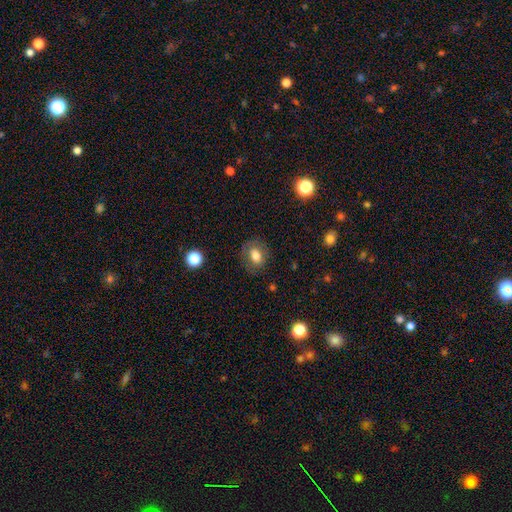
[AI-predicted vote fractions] smooth_or_featured: smooth (p=0.73) [alt: featured or disk p=0.17]
how_rounded: in between (p=0.58) [alt: round p=0.41]
merging: none (p=0.78) [alt: minor disturbance p=0.14]